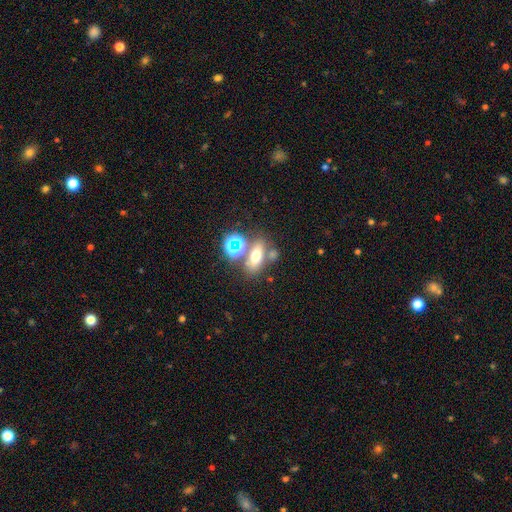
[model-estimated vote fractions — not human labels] A smooth galaxy with no disk features (57%) that is in between round and cigar-shaped (65%). Merging: none (58%).